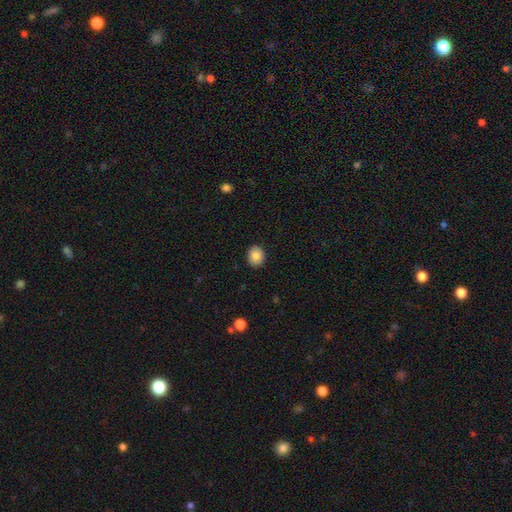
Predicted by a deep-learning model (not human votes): A smooth galaxy with no disk features (85%) that is round (72%).

Vote fractions:
- Smooth or featured? smooth: 85% / star or artifact: 9% / featured or disk: 7%
- How rounded? round: 72% / in between: 27% / cigar-shaped: 1%
- Merging? none: 92% / minor disturbance: 6% / major disturbance: 2% / merger: 1%